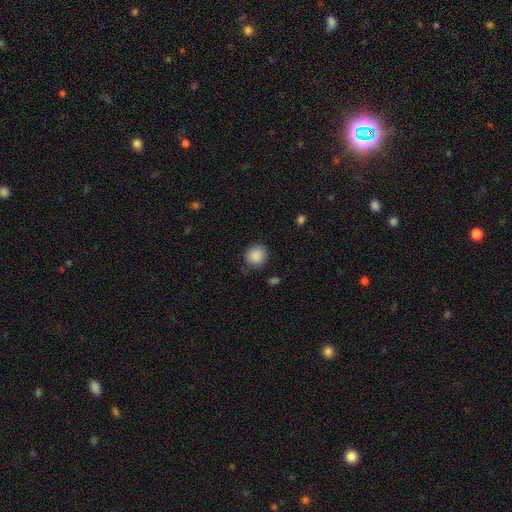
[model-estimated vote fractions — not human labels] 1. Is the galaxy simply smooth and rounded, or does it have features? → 88% smooth, 9% star or artifact, 4% featured or disk.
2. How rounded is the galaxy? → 88% round, 11% in between, 1% cigar-shaped.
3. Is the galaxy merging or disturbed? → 79% none, 15% minor disturbance, 4% major disturbance, 2% merger.